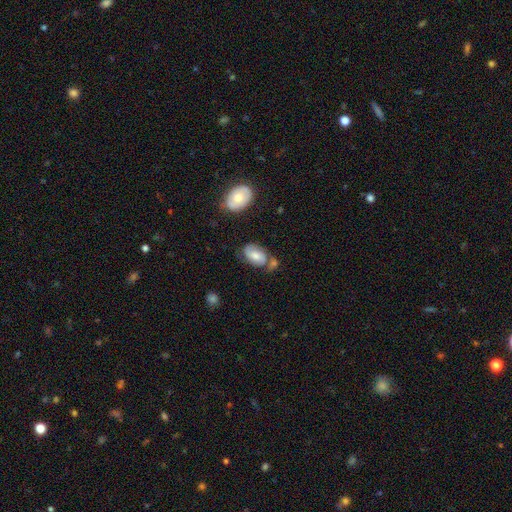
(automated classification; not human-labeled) Morphology: type=smooth (50%); merging=none (48%).